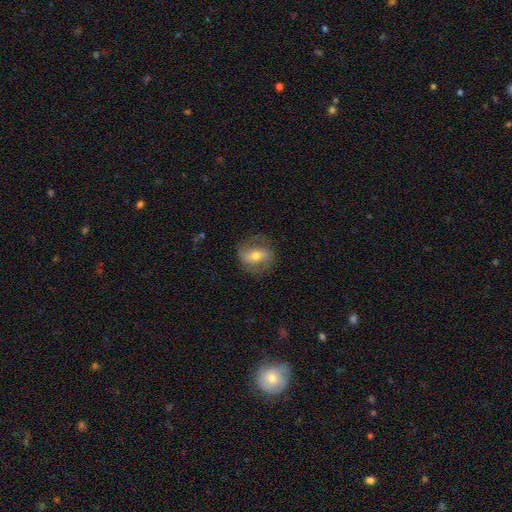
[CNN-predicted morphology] Q: Smooth or featured?
A: featured or disk (52%); runner-up: smooth (40%)
Q: Edge-on disk?
A: no (91%); runner-up: yes (9%)
Q: Merging?
A: none (74%); runner-up: minor disturbance (16%)